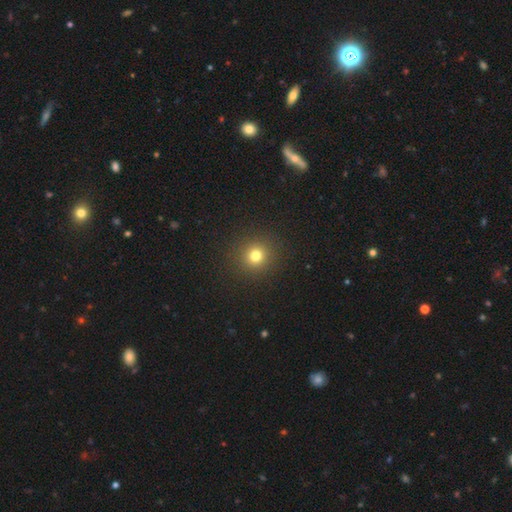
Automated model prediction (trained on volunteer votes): smooth-or-featured: smooth: 77% | star or artifact: 17% | featured or disk: 6%
  how-rounded: round: 92% | in between: 7% | cigar-shaped: 1%
  merging: none: 91% | minor disturbance: 5% | major disturbance: 2% | merger: 1%